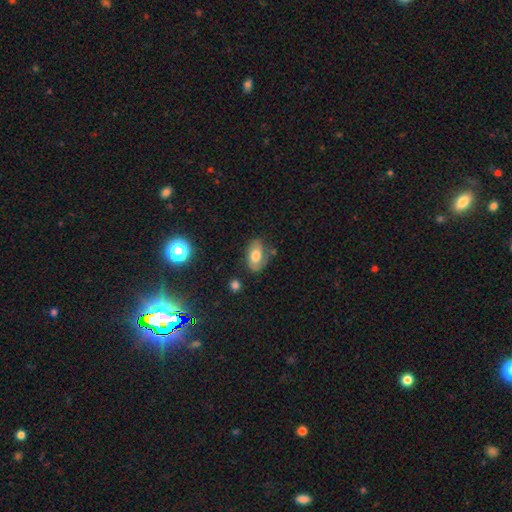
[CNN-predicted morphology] Smooth or featured? Predicted: smooth (p=0.53). How rounded? Predicted: in between (p=0.88). Merging? Predicted: none (p=0.61).